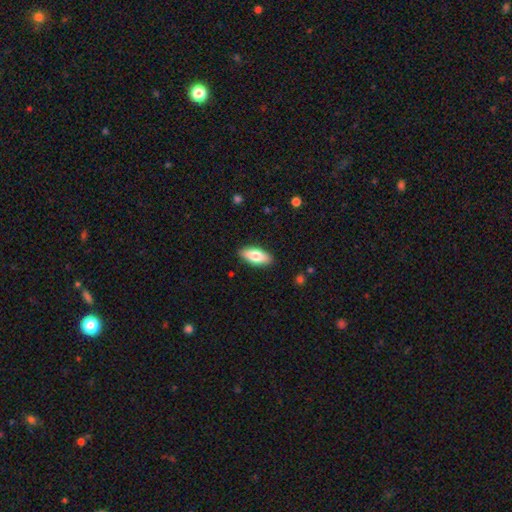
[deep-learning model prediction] The model was most divided on "smooth or featured": smooth: 77%, featured or disk: 17%, star or artifact: 6%. More confident: merging — none (89%); how rounded — in between (84%).